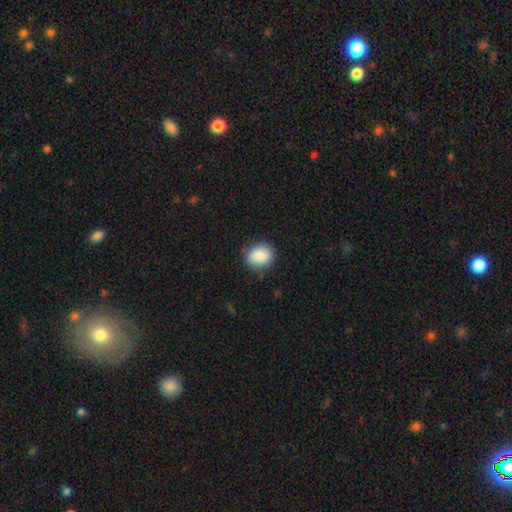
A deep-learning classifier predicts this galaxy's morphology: type=smooth (84%); roundness=round (78%); merging=none (84%).